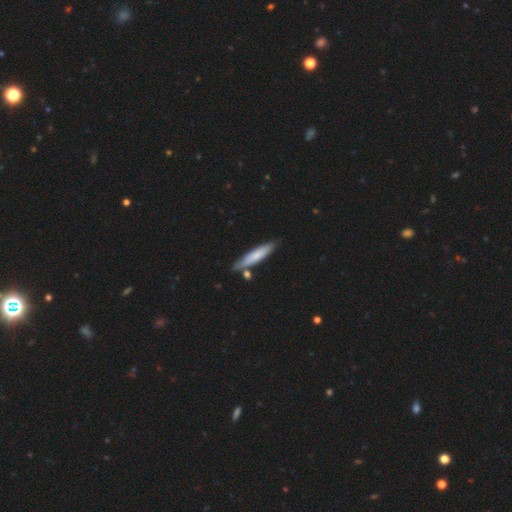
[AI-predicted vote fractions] Smooth or featured: smooth — 68% (featured or disk — 26%)
How rounded: cigar-shaped — 84% (in between — 15%)
Merging: none — 76% (minor disturbance — 14%)